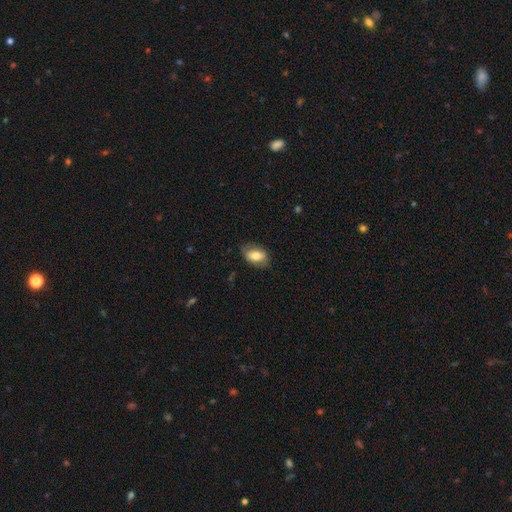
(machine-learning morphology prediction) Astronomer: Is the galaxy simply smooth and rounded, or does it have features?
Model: smooth — 67%.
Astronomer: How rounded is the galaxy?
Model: in between — 86%.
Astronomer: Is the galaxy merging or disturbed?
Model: none — 74%.